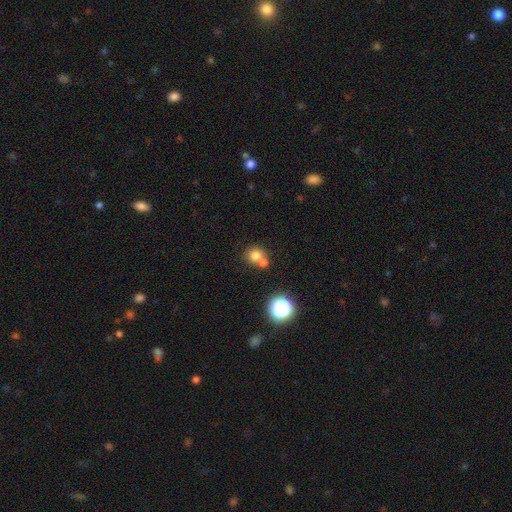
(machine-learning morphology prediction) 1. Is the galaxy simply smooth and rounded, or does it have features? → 75% smooth, 15% star or artifact, 10% featured or disk.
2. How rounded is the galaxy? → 83% round, 16% in between, 1% cigar-shaped.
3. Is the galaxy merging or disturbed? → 50% none, 40% merger, 7% minor disturbance, 3% major disturbance.